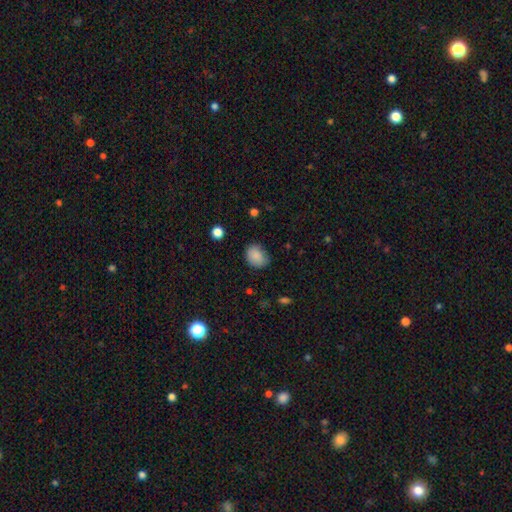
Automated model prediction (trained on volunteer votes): Overall: smooth (86%). How rounded: in between (57%; round 42%). Merging: none (71%).